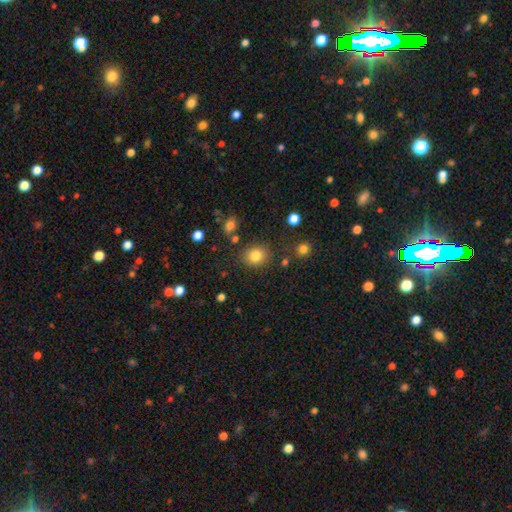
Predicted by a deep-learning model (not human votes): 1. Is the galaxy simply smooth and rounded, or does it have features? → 83% smooth, 11% star or artifact, 6% featured or disk.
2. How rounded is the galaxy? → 70% round, 29% in between, 1% cigar-shaped.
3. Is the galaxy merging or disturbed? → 82% none, 10% minor disturbance, 4% merger, 4% major disturbance.